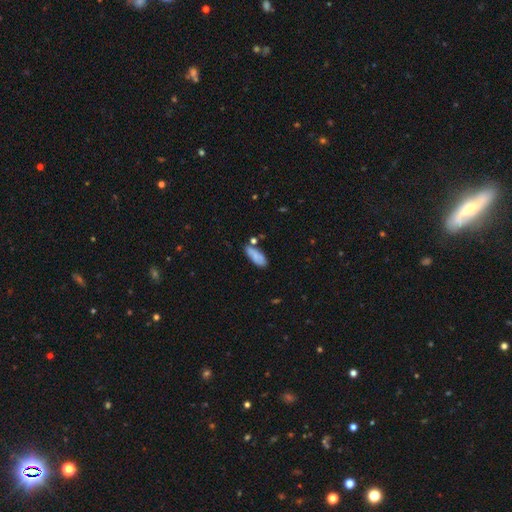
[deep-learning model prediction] A smooth galaxy with no disk features (70%) that is in between round and cigar-shaped (75%). Merging: none (60%).